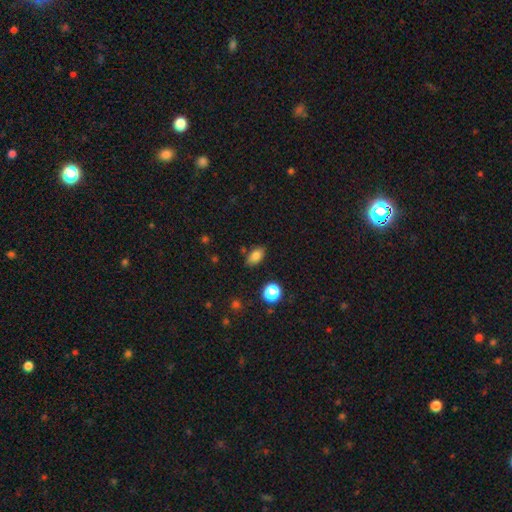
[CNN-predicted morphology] A smooth galaxy with no disk features (81%) that is in between round and cigar-shaped (87%). Merging: none (82%).